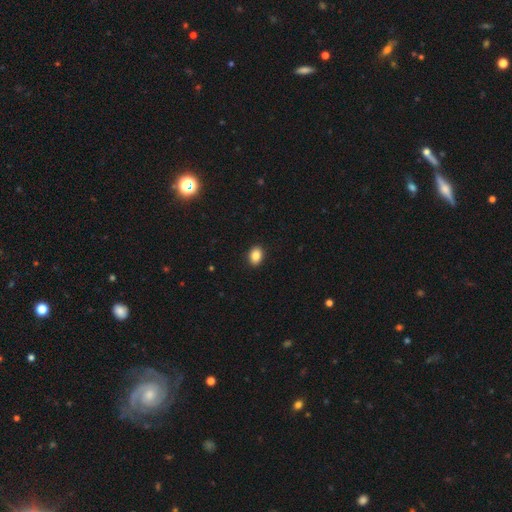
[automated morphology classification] smooth-or-featured: smooth: 86% | star or artifact: 9% | featured or disk: 5%
  how-rounded: in between: 74% | round: 24% | cigar-shaped: 1%
  merging: none: 91% | minor disturbance: 6% | major disturbance: 2% | merger: 1%